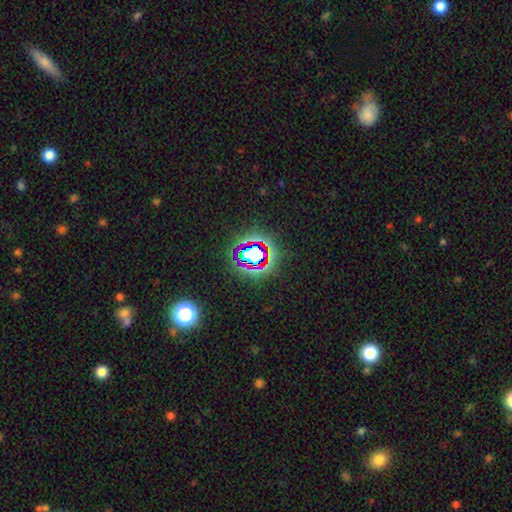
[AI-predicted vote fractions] Q: Smooth or featured?
A: star or artifact (78%); runner-up: smooth (13%)